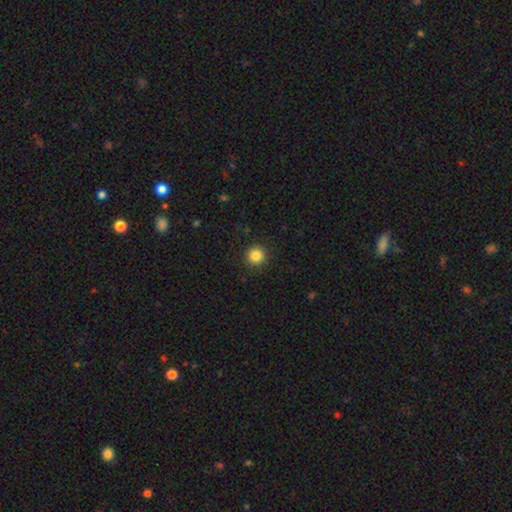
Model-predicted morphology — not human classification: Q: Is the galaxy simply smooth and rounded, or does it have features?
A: smooth — 85%.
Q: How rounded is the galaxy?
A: round — 95%.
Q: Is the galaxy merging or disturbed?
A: none — 91%.